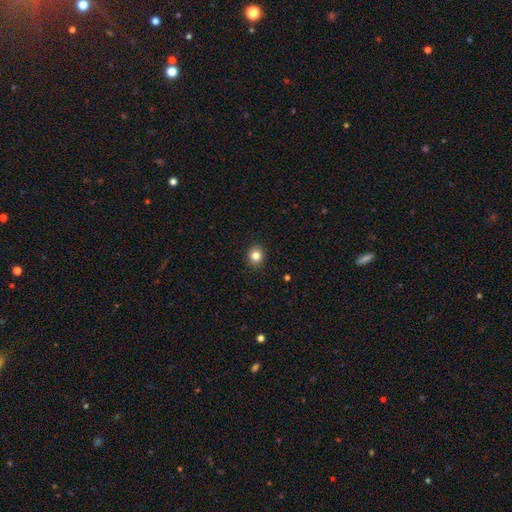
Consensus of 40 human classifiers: Smooth or featured? 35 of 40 (88%) said smooth. How rounded? 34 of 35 (97%) said round. Merging? 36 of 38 (95%) said none.